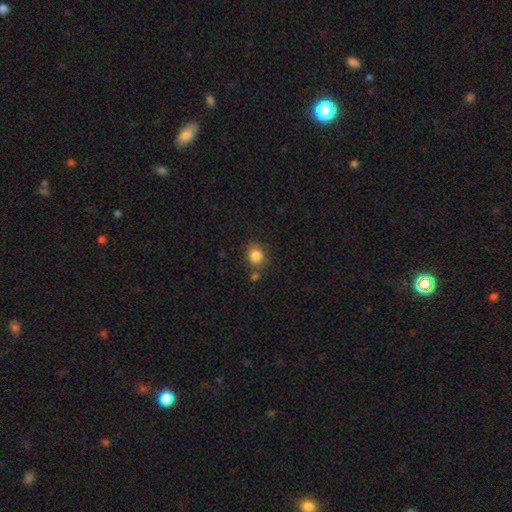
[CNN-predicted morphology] smooth 85%, star or artifact 10%, featured or disk 5%. Down the decision tree: how rounded — round (79%); merging — none (75%).